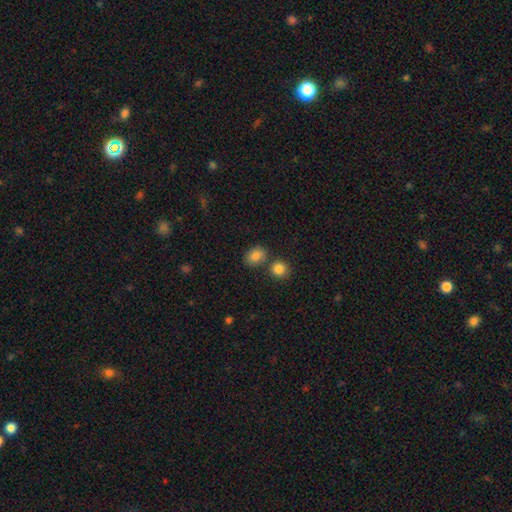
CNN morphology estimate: Smooth or featured? Predicted: smooth (p=0.84). How rounded? Predicted: in between (p=0.63). Merging? Predicted: none (p=0.69).